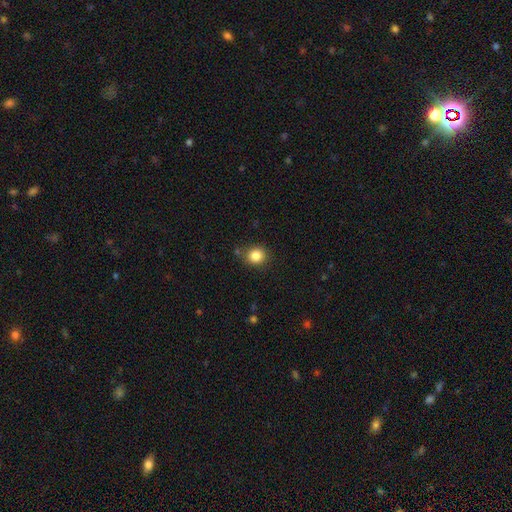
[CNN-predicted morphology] Overall: smooth (84%). How rounded: round (81%). Merging: none (82%).